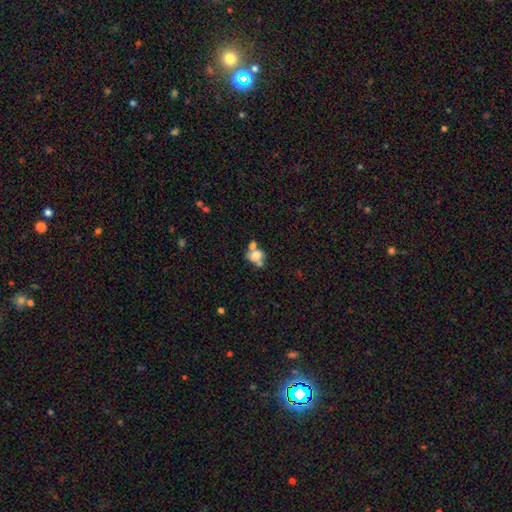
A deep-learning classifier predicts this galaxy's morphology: This appears to be a smooth galaxy with no disk features (63%) that is in between round and cigar-shaped (62%). Merging: merger (51%).